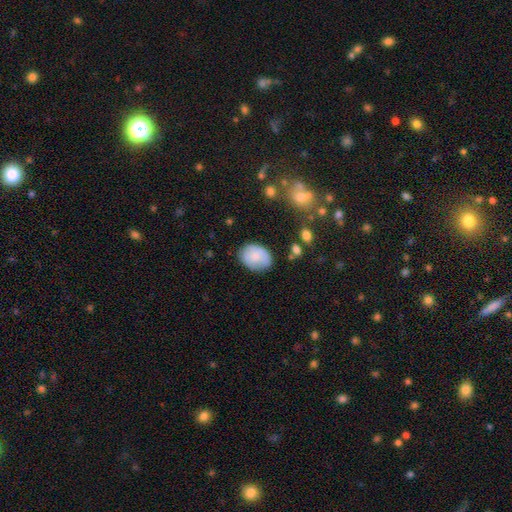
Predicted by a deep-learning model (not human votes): The model was most divided on "how rounded": in between: 68%, round: 31%, cigar-shaped: 1%. More confident: smooth or featured — smooth (76%); merging — none (71%).